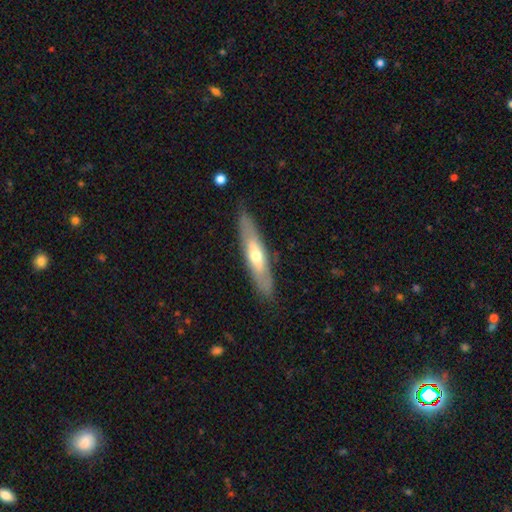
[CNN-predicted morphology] smooth-or-featured: featured or disk: 54% | smooth: 40% | star or artifact: 6%
  disk-edge-on: yes: 69% | no: 31%
  merging: none: 86% | minor disturbance: 11% | major disturbance: 2% | merger: 1%